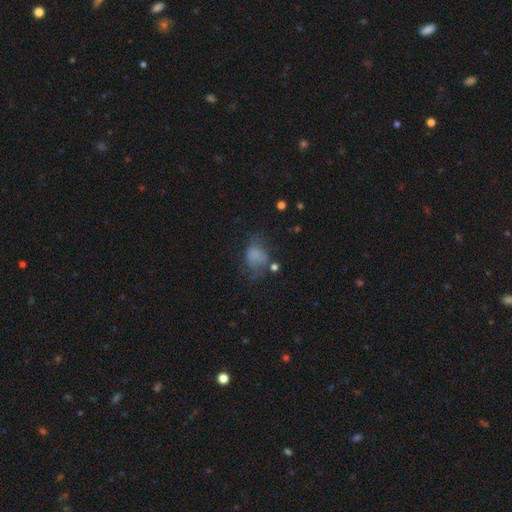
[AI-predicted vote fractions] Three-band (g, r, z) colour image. It shows a smooth galaxy with no disk features (68%) that is in between round and cigar-shaped (63%). Merging: none (38%).